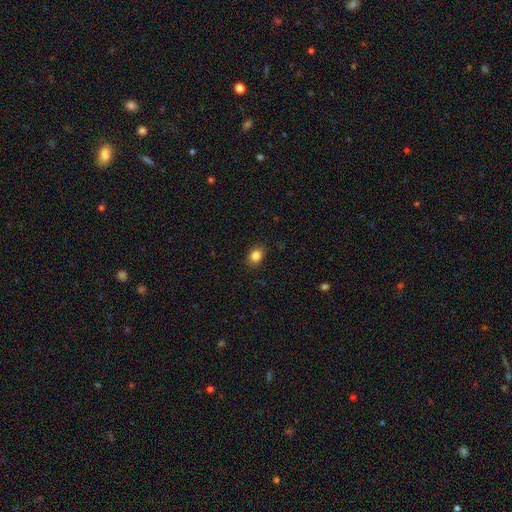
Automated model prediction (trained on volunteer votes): smooth 84%, star or artifact 10%, featured or disk 6%. Down the decision tree: how rounded — in between (54%); merging — none (88%).